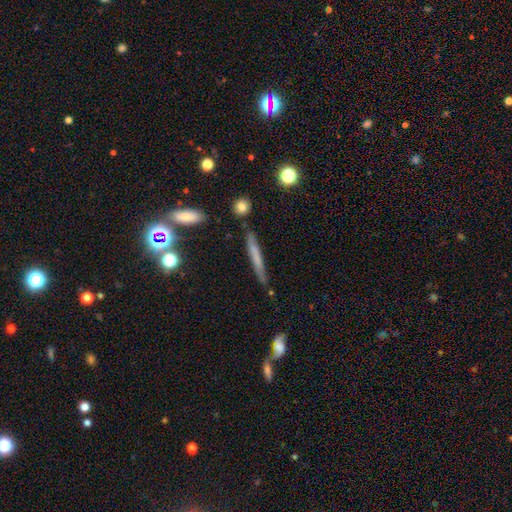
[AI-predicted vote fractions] Q: Smooth or featured?
A: smooth (52%); runner-up: featured or disk (39%)
Q: How rounded?
A: cigar-shaped (93%); runner-up: in between (4%)
Q: Merging?
A: none (79%); runner-up: minor disturbance (14%)